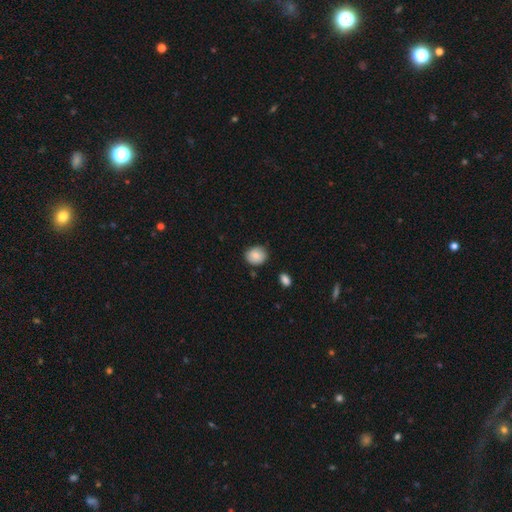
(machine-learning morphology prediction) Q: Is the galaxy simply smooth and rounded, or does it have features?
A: smooth — 82%.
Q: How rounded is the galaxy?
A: round — 73%.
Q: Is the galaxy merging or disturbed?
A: none — 81%.